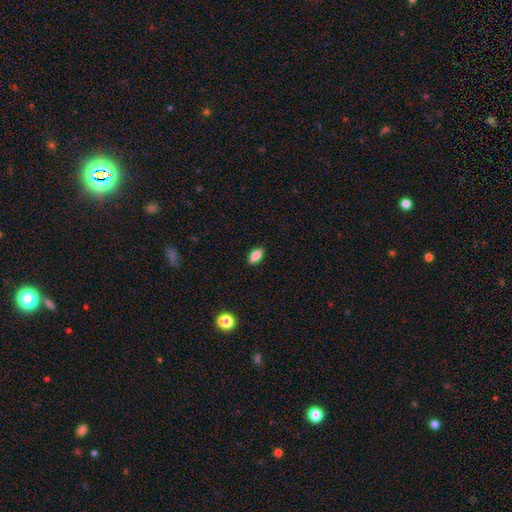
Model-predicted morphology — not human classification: Smooth or featured? Predicted: smooth (p=0.85). How rounded? Predicted: in between (p=0.87). Merging? Predicted: none (p=0.88).